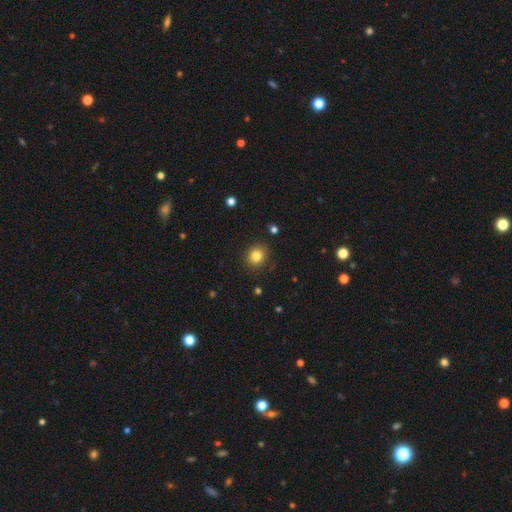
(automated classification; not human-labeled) Smooth or featured? Predicted: smooth (p=0.82). How rounded? Predicted: round (p=0.86). Merging? Predicted: none (p=0.87).